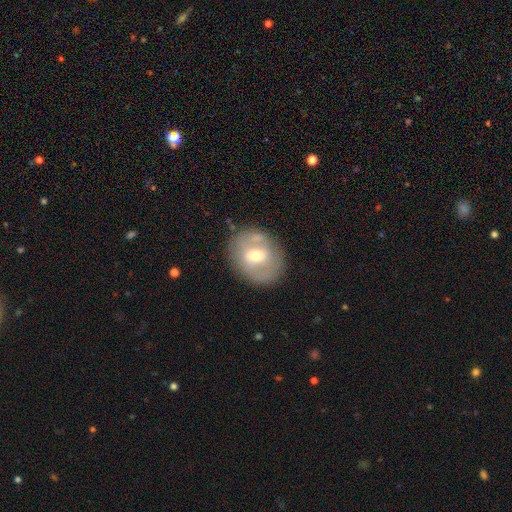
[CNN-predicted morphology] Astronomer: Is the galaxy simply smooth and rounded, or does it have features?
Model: featured or disk — 50% (runner-up: smooth, 42%).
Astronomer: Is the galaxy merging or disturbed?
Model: none — 77%.